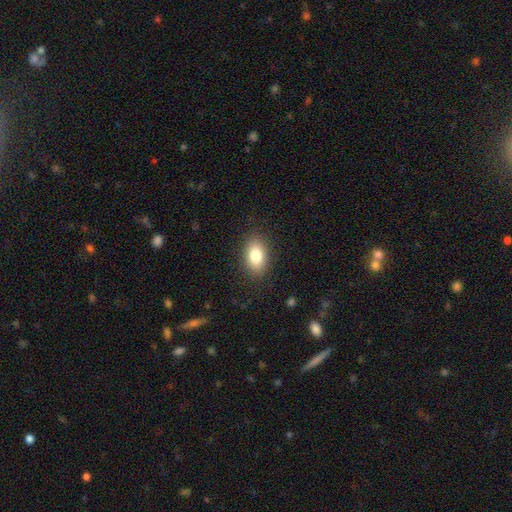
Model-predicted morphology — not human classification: smooth_or_featured: smooth (p=0.83) [alt: featured or disk p=0.09]
how_rounded: in between (p=0.90) [alt: round p=0.08]
merging: none (p=0.86) [alt: minor disturbance p=0.10]